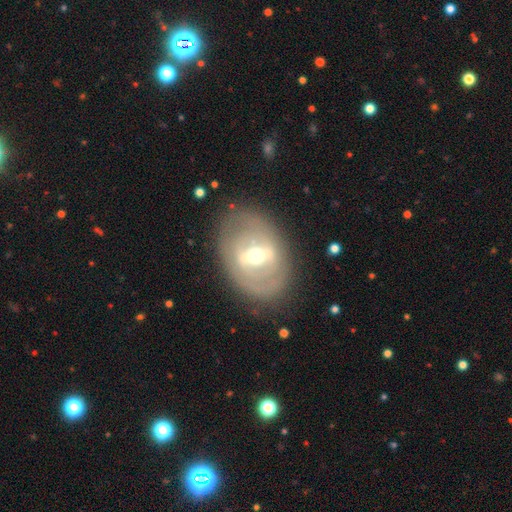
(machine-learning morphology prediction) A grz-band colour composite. It shows a featured or disk galaxy (74%) with a strong bar (51%), no spiral arms (55%) and a moderate central bulge (66%). Merging: none (79%).